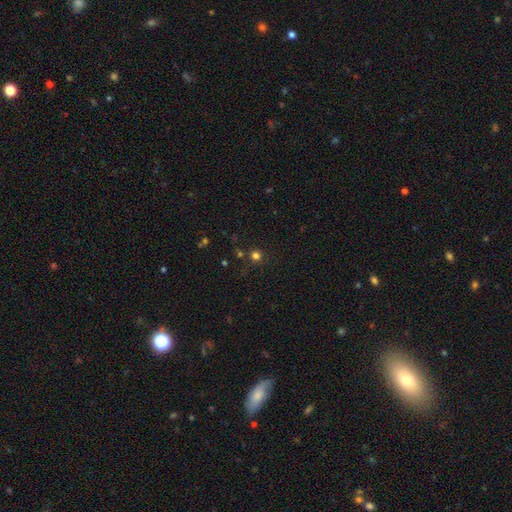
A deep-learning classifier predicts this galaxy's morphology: smooth_or_featured: smooth (p=0.72) [alt: star or artifact p=0.23]
how_rounded: round (p=0.93) [alt: in between p=0.06]
merging: none (p=0.82) [alt: minor disturbance p=0.08]